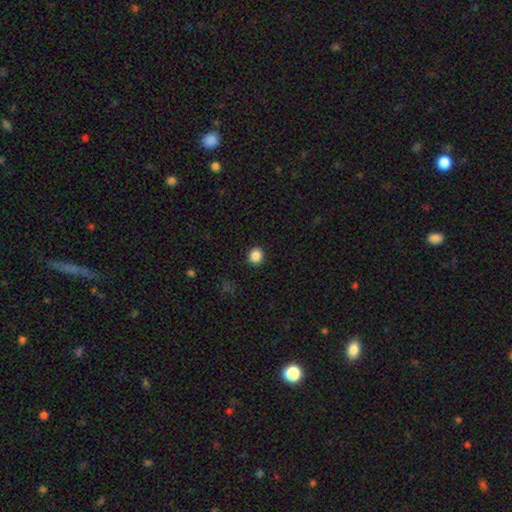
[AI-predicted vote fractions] Smooth or featured? smooth (87%)
How rounded? round (91%)
Merging? none (92%)